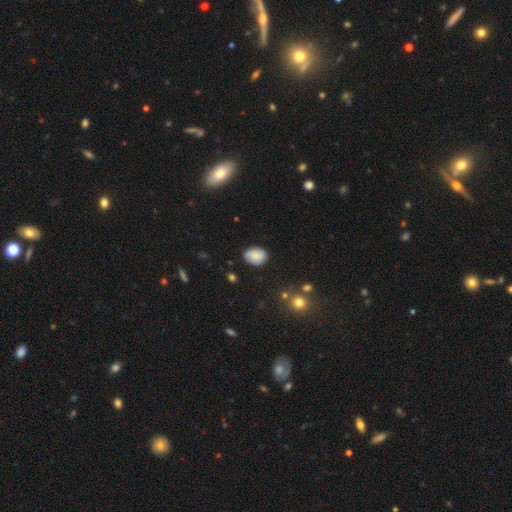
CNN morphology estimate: This is likely a smooth galaxy (74%). How rounded: possibly in between (58%). Merging: likely none (77%).